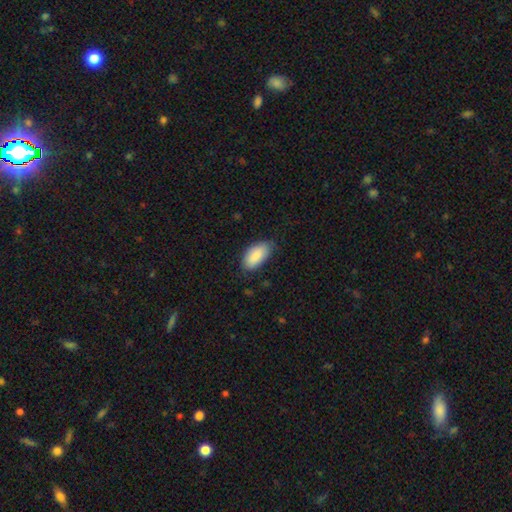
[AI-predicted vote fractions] A smooth galaxy with no disk features (88%) that is in between round and cigar-shaped (94%).

Vote fractions:
- Smooth or featured? smooth: 88% / featured or disk: 6% / star or artifact: 6%
- How rounded? in between: 94% / cigar-shaped: 3% / round: 2%
- Merging? none: 75% / minor disturbance: 21% / major disturbance: 4% / merger: 1%